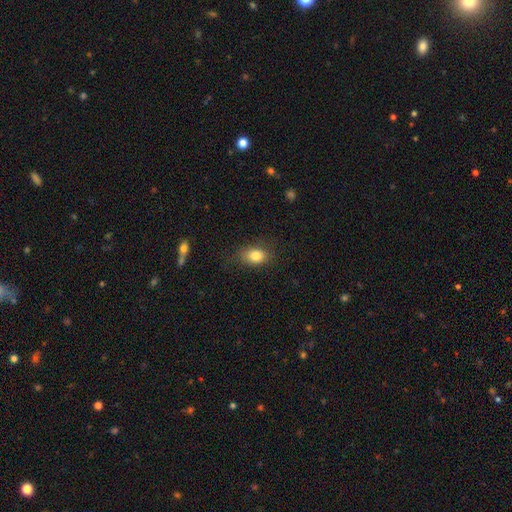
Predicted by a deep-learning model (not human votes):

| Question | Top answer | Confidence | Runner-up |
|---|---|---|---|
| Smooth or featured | smooth | 82% | star or artifact (9%) |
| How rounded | in between | 76% | round (22%) |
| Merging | none | 78% | minor disturbance (16%) |